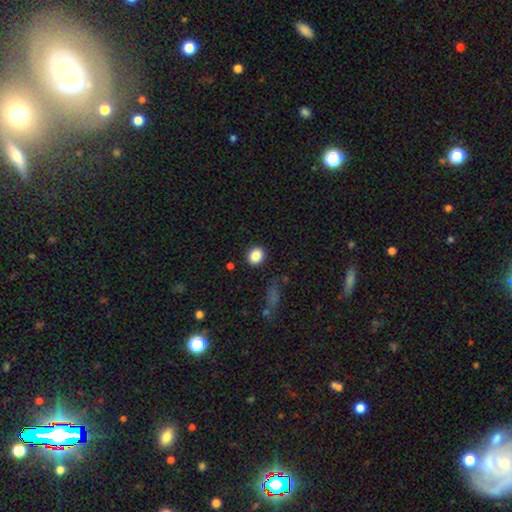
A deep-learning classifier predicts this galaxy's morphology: smooth 86%, star or artifact 10%, featured or disk 5%. Down the decision tree: how rounded — round (74%); merging — none (88%).